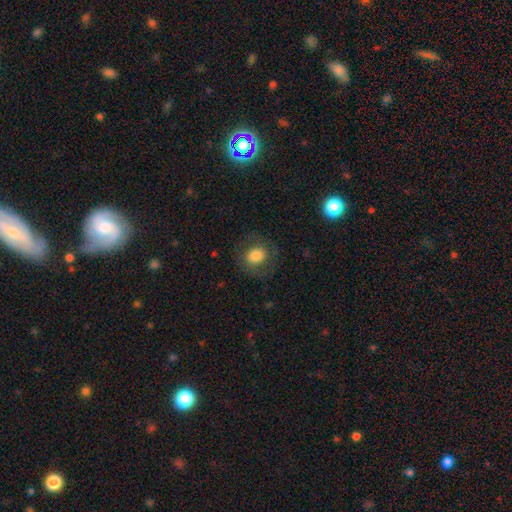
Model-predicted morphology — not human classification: Smooth or featured? smooth (72%)
How rounded? round (72%)
Merging? none (78%)